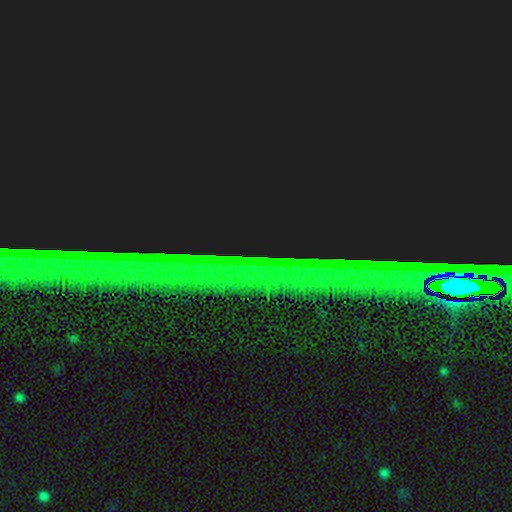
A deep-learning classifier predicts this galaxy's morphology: A star or artifact, not a galaxy (83%).